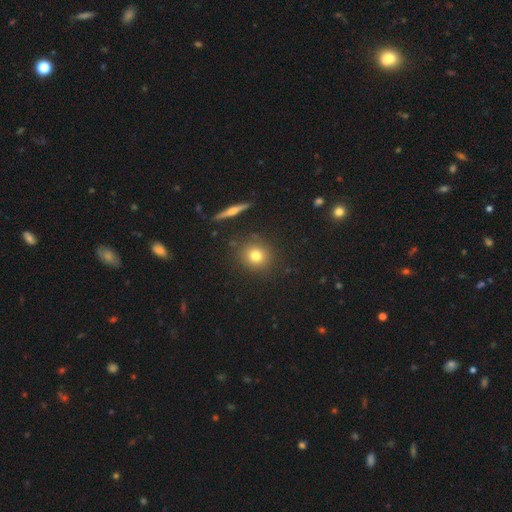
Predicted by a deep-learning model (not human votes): Smooth or featured? Predicted: smooth (p=0.77). How rounded? Predicted: round (p=0.88). Merging? Predicted: none (p=0.86).